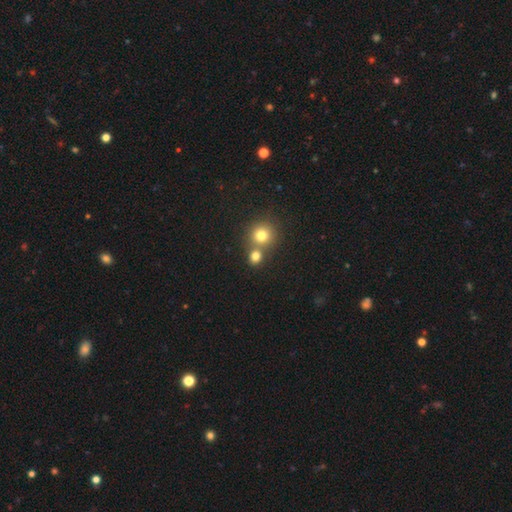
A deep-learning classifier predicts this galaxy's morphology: smooth 77%, star or artifact 15%, featured or disk 8%. Down the decision tree: how rounded — round (82%); merging — none (54%).